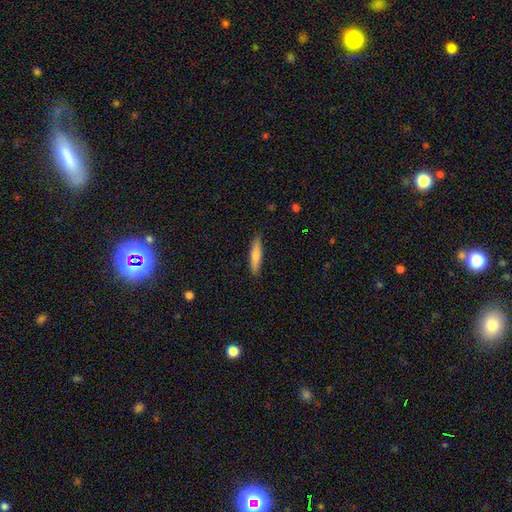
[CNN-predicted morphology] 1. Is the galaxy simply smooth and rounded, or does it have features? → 78% smooth, 17% featured or disk, 6% star or artifact.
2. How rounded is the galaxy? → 81% cigar-shaped, 17% in between, 1% round.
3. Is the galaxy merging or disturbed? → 88% none, 9% minor disturbance, 2% major disturbance, 1% merger.